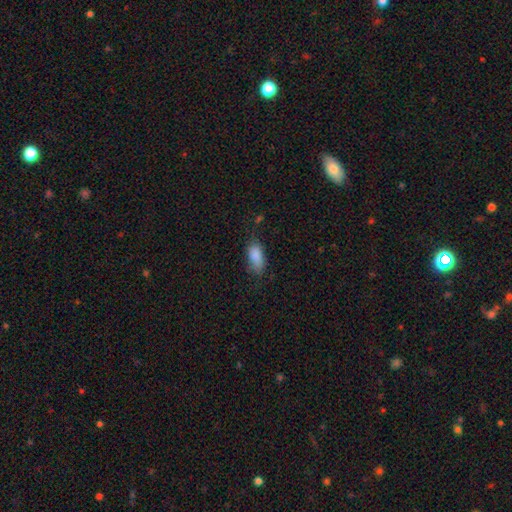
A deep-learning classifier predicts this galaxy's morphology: Smooth or featured? smooth (86%)
How rounded? in between (88%)
Merging? none (66%)